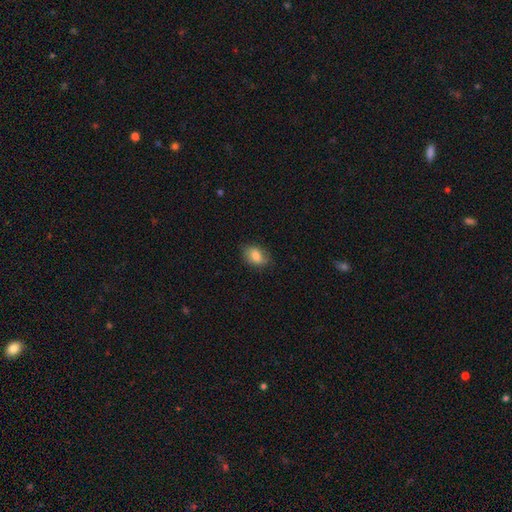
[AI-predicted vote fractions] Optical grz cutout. It shows a smooth galaxy with no disk features (80%) that is in between round and cigar-shaped (77%). Merging: none (77%).